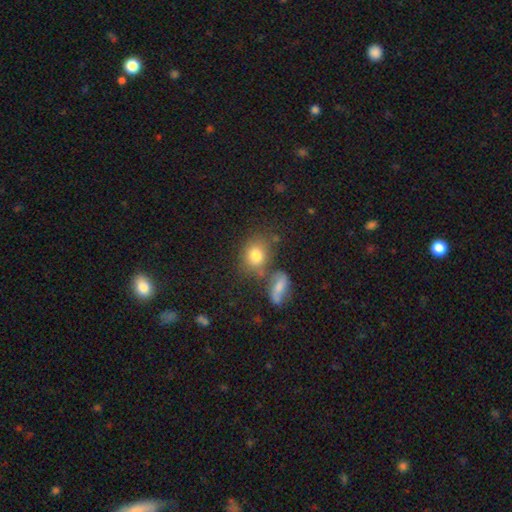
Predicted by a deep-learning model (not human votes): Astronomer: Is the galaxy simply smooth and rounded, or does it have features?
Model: smooth — 79%.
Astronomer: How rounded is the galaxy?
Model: round — 51% (runner-up: in between, 47%).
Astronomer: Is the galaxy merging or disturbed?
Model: none — 60%.